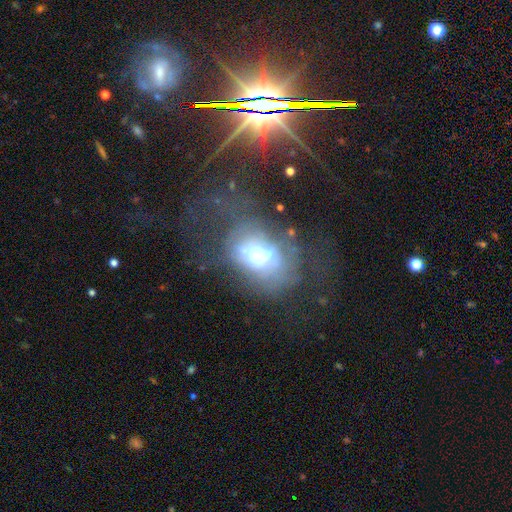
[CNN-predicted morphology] A featured or disk galaxy (47%). Merging: major disturbance (41%).